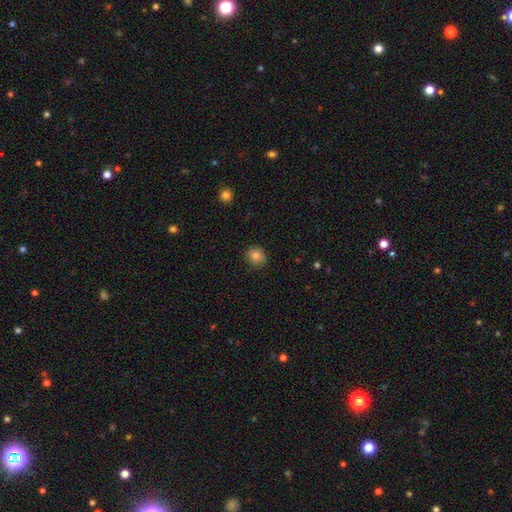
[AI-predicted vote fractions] A smooth galaxy with no disk features (84%) that is round (84%). Merging: none (87%).